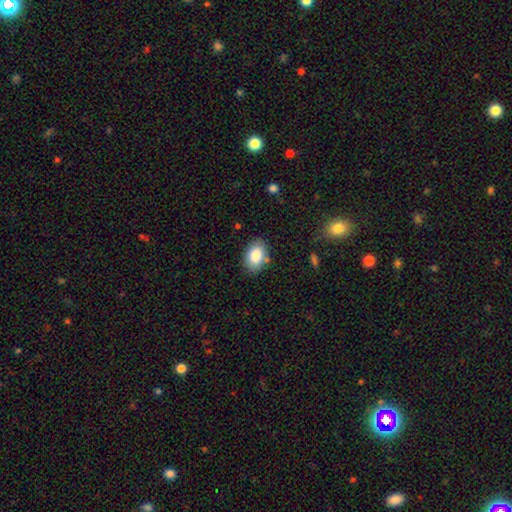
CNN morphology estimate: A smooth galaxy with no disk features (85%) that is in between round and cigar-shaped (85%). Merging: none (81%).